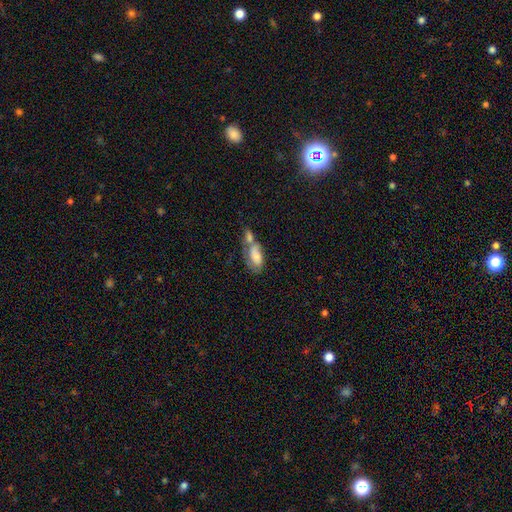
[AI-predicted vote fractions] smooth_or_featured: smooth (p=0.63) [alt: featured or disk p=0.29]
how_rounded: in between (p=0.90) [alt: cigar-shaped p=0.06]
merging: merger (p=0.61) [alt: none p=0.18]